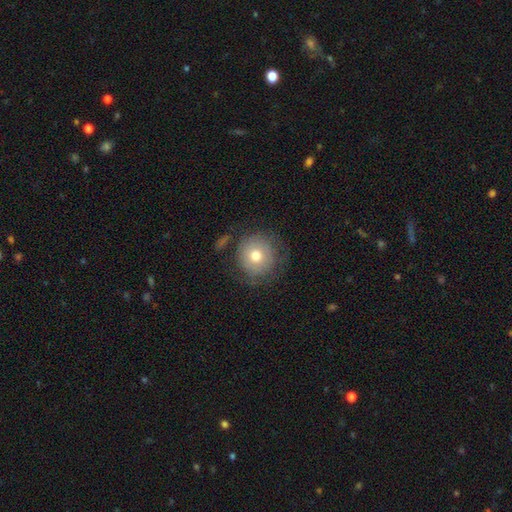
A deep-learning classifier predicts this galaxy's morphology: smooth-or-featured: smooth: 67% | featured or disk: 24% | star or artifact: 10%
  how-rounded: round: 92% | in between: 7% | cigar-shaped: 1%
  merging: none: 72% | minor disturbance: 17% | major disturbance: 8% | merger: 3%